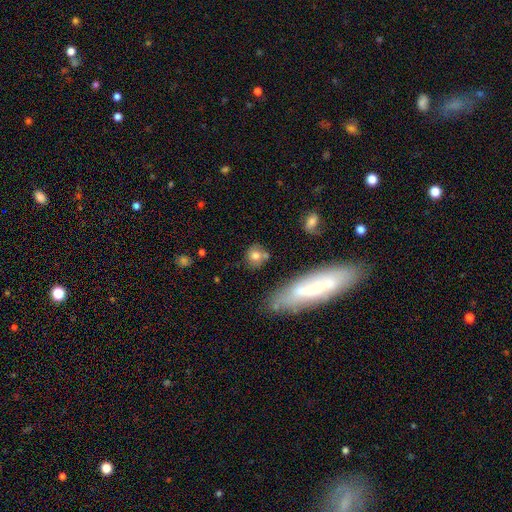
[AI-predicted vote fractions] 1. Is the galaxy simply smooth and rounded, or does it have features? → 72% smooth, 16% featured or disk, 12% star or artifact.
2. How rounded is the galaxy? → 73% round, 24% in between, 3% cigar-shaped.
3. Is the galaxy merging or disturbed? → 59% none, 17% minor disturbance, 16% merger, 7% major disturbance.